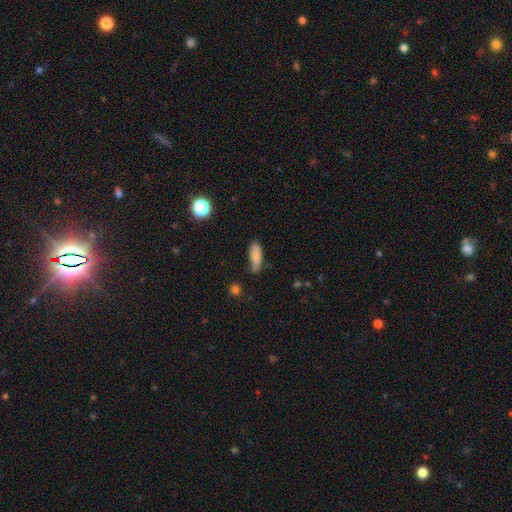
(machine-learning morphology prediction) A smooth galaxy with no disk features (84%) that is in between round and cigar-shaped (65%). Merging: none (61%).